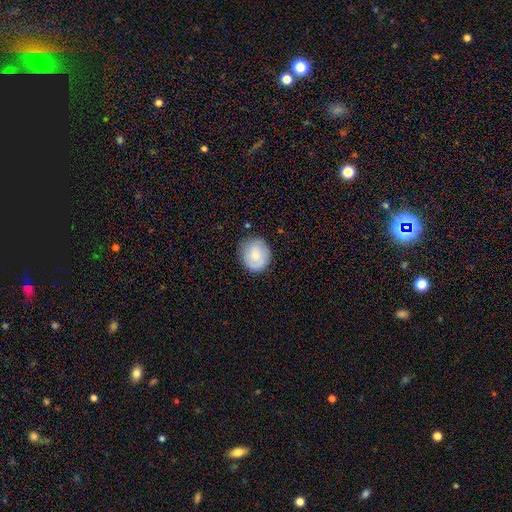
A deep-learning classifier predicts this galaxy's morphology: The model was most divided on "how rounded": round: 76%, in between: 23%, cigar-shaped: 1%. More confident: merging — none (80%); smooth or featured — smooth (76%).